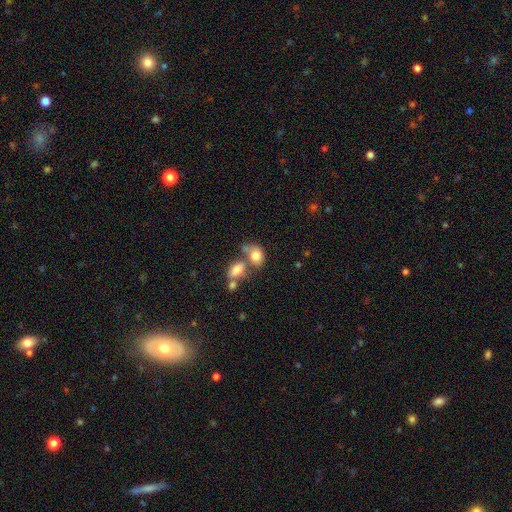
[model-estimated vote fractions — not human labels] Smooth or featured? smooth (78%)
How rounded? in between (65%)
Merging? merger (48%)